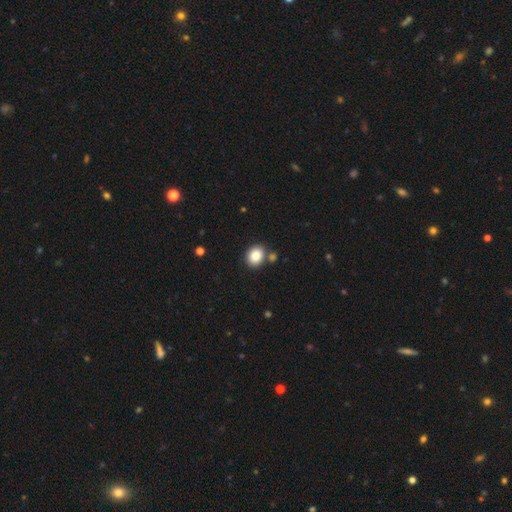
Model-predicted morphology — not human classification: smooth-or-featured: smooth: 87% | star or artifact: 9% | featured or disk: 5%
  how-rounded: round: 53% | in between: 46% | cigar-shaped: 1%
  merging: none: 76% | merger: 12% | minor disturbance: 10% | major disturbance: 3%